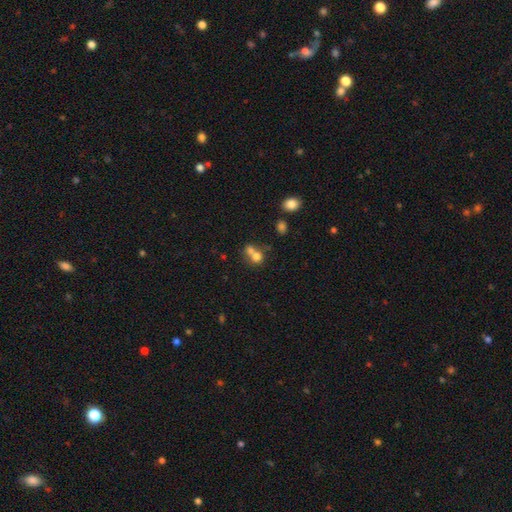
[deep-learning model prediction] Overall: smooth (72%). How rounded: round (74%). Merging: merger (60%; none 31%).